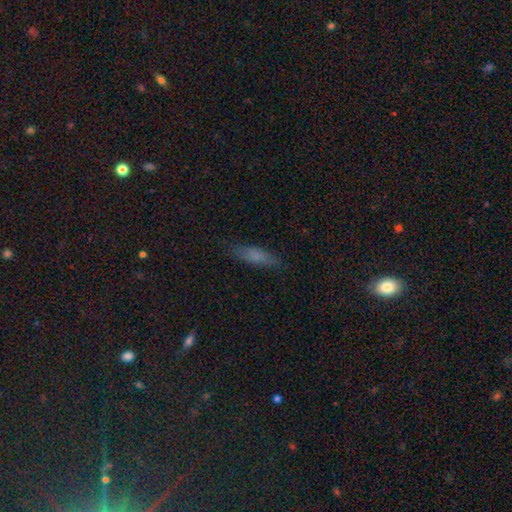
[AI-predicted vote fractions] Smooth or featured: smooth — 66% (featured or disk — 23%)
How rounded: cigar-shaped — 67% (in between — 30%)
Merging: none — 81% (minor disturbance — 14%)